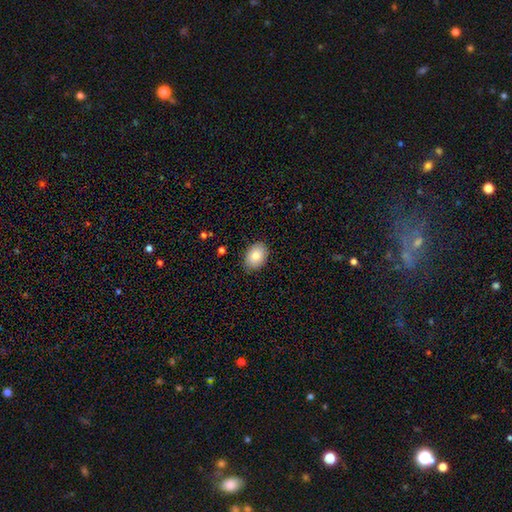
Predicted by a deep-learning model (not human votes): Morphology: type=smooth (84%); roundness=in between (76%); merging=none (87%).